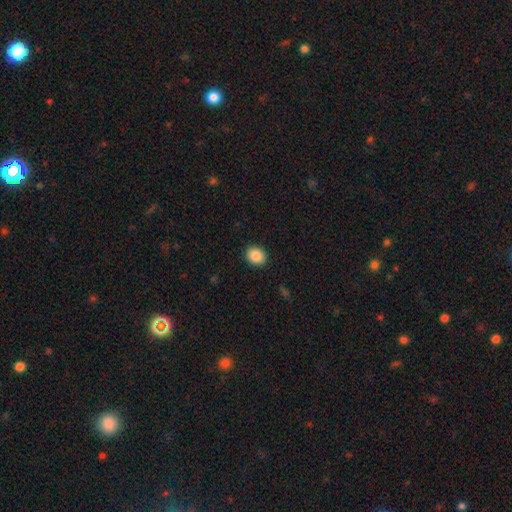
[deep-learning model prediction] Smooth or featured: smooth — 87% (star or artifact — 8%)
How rounded: round — 57% (in between — 43%)
Merging: none — 91% (minor disturbance — 7%)